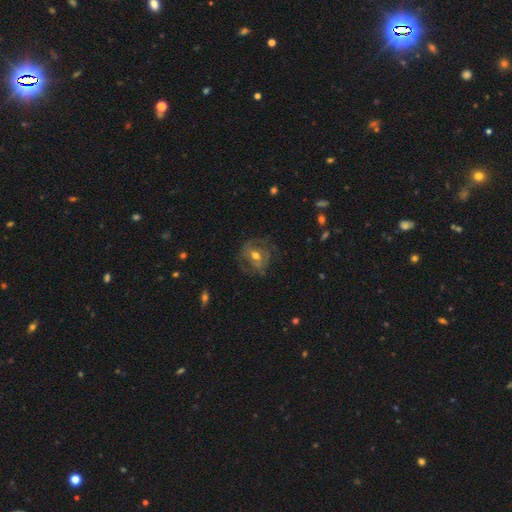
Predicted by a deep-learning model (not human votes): Smooth or featured?
  - featured or disk: 67% *
  - smooth: 25%
  - star or artifact: 8%
Edge-on disk?
  - no: 96% *
  - yes: 4%
Bar?
  - no: 48% *
  - weak: 37%
  - strong: 16%
Spiral arms?
  - yes: 66% *
  - no: 34%
Bulge size?
  - moderate: 74% *
  - small: 18%
  - large: 6%
  - none: 1%
  - dominant: 1%
Merging?
  - none: 61% *
  - minor disturbance: 21%
  - major disturbance: 17%
  - merger: 2%